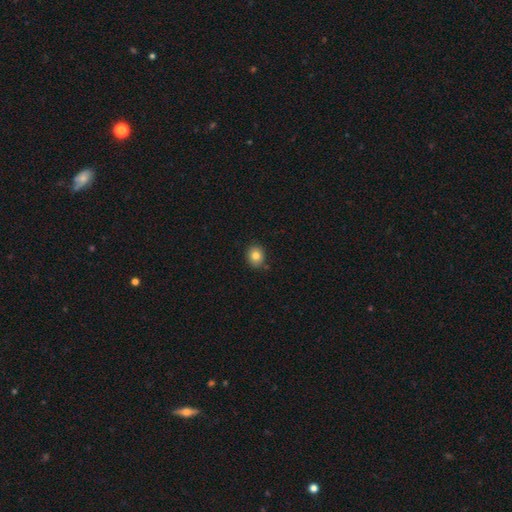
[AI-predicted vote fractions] A smooth galaxy with no disk features (82%) that is round (71%). Merging: none (86%).